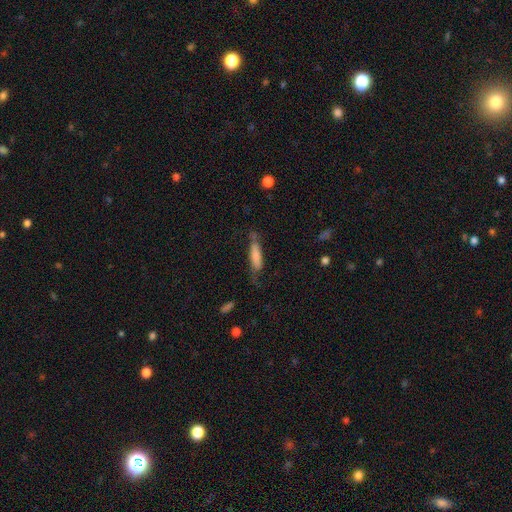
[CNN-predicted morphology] Smooth or featured? smooth (69%)
How rounded? cigar-shaped (70%)
Merging? none (50%)